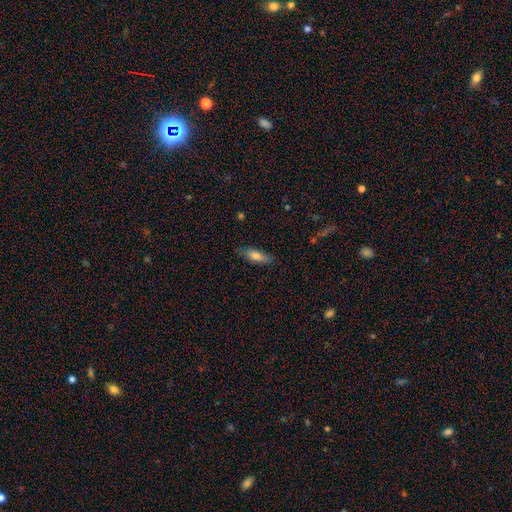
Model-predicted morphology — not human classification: A smooth galaxy with no disk features (74%) that is in between round and cigar-shaped (64%). Merging: none (80%).